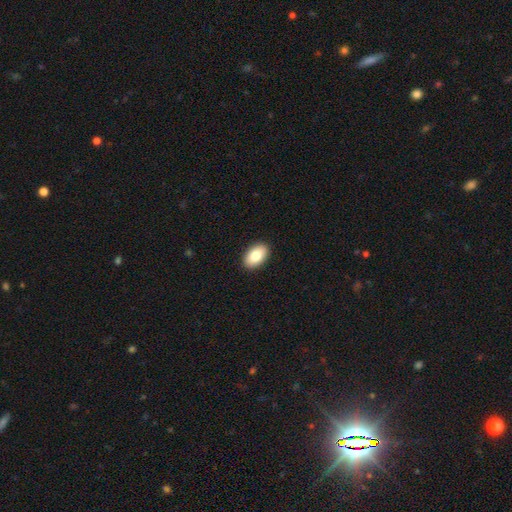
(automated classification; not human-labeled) Smooth or featured: smooth — 82% (featured or disk — 11%)
How rounded: in between — 93% (round — 6%)
Merging: none — 91% (minor disturbance — 7%)